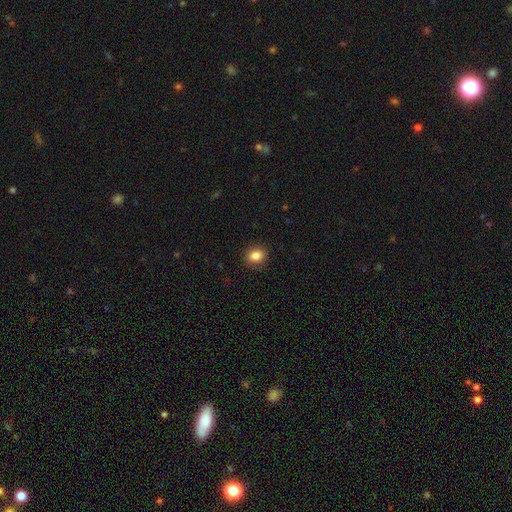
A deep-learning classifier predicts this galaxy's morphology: Smooth or featured? smooth (86%)
How rounded? round (53%)
Merging? none (88%)